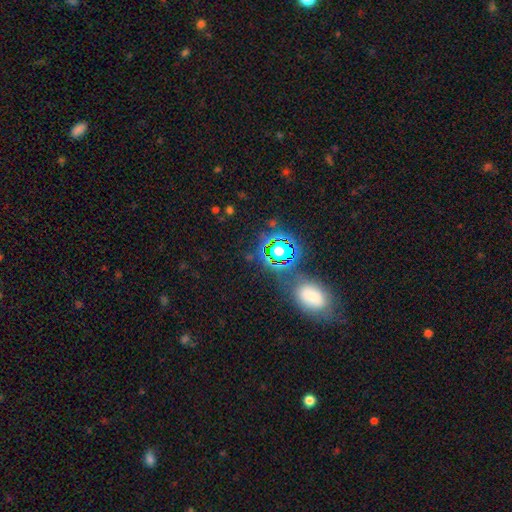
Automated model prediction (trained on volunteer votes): Smooth or featured? Predicted: star or artifact (p=0.56).